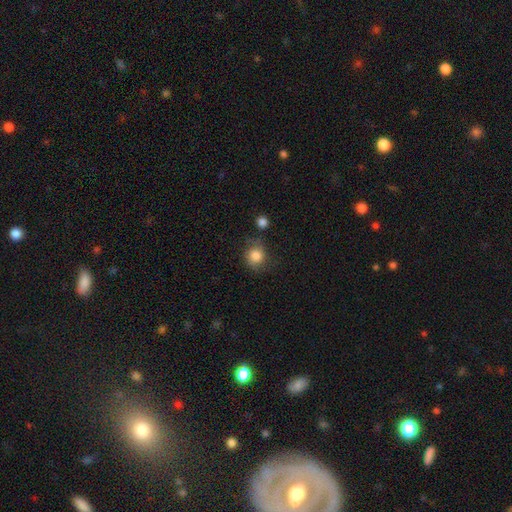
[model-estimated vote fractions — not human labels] Smooth or featured?
  - smooth: 81% *
  - featured or disk: 10%
  - star or artifact: 9%
How rounded?
  - round: 79% *
  - in between: 20%
  - cigar-shaped: 1%
Merging?
  - none: 66% *
  - minor disturbance: 21%
  - major disturbance: 8%
  - merger: 5%